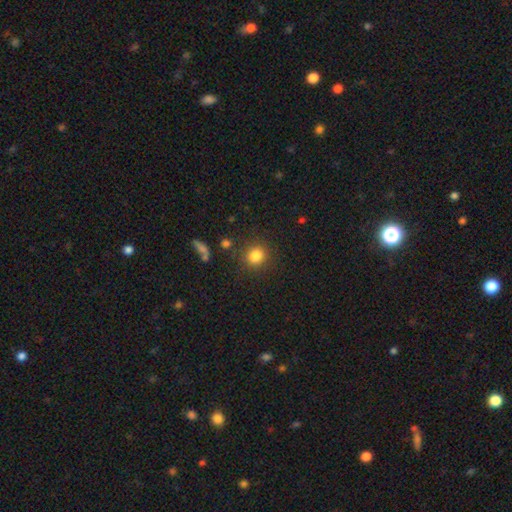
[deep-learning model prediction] Morphology: type=smooth (83%); roundness=round (85%); merging=none (86%).